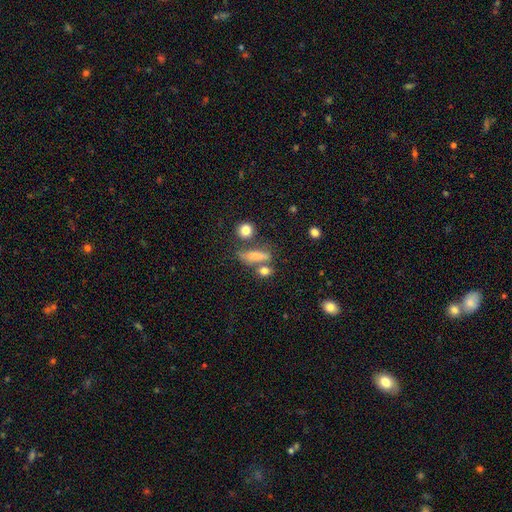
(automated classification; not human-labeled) A smooth galaxy with no disk features (73%) that is cigar-shaped (46%).

Vote fractions:
- Smooth or featured? smooth: 73% / featured or disk: 15% / star or artifact: 12%
- How rounded? cigar-shaped: 46% / in between: 43% / round: 11%
- Merging? none: 49% / merger: 21% / minor disturbance: 18% / major disturbance: 11%